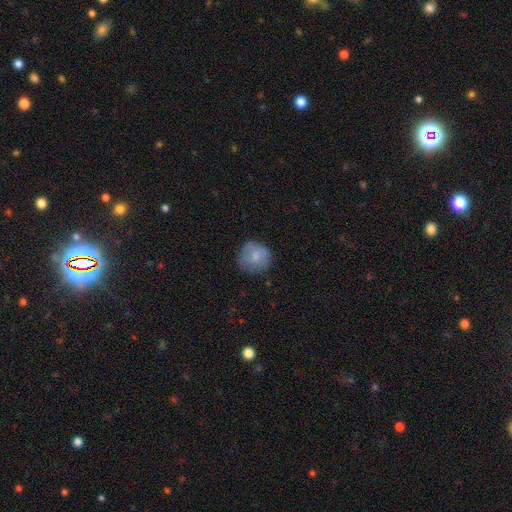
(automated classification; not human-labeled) smooth-or-featured: smooth: 77% | featured or disk: 15% | star or artifact: 8%
  how-rounded: round: 87% | in between: 12% | cigar-shaped: 1%
  merging: none: 71% | minor disturbance: 21% | major disturbance: 6% | merger: 2%